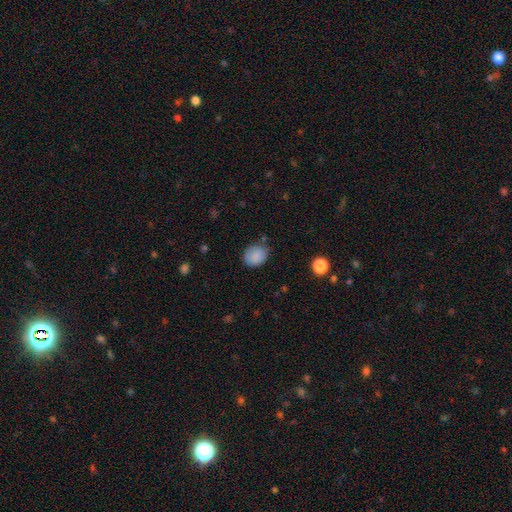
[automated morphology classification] Smooth or featured? smooth (86%)
How rounded? round (56%)
Merging? none (73%)